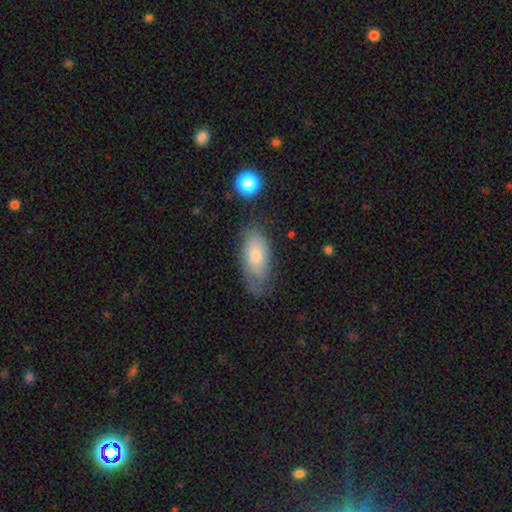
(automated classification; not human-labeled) Smooth or featured: smooth — 67% (featured or disk — 26%)
How rounded: in between — 87% (cigar-shaped — 10%)
Merging: none — 56% (minor disturbance — 30%)